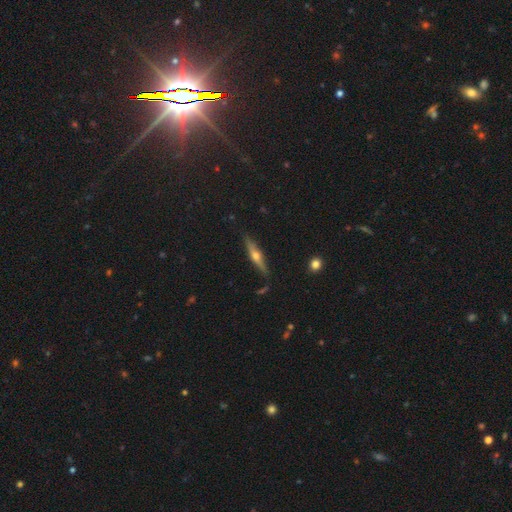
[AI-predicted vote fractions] smooth_or_featured: featured or disk (p=0.69) [alt: smooth p=0.24]
disk_edge_on: yes (p=0.96) [alt: no p=0.04]
edge_on_bulge: rounded (p=0.93) [alt: none p=0.04]
merging: none (p=0.86) [alt: minor disturbance p=0.10]